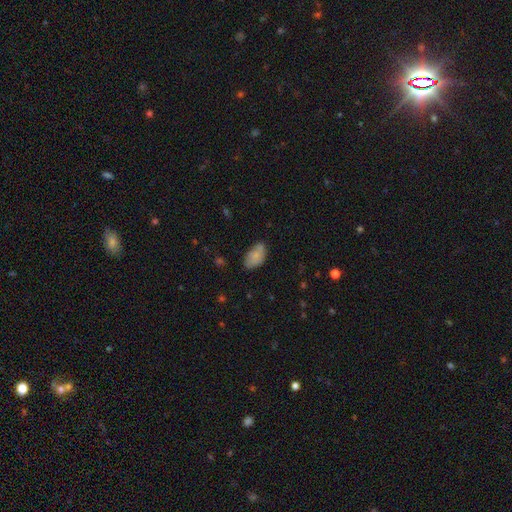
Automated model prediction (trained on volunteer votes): Smooth or featured? smooth (75%)
How rounded? in between (93%)
Merging? none (61%)